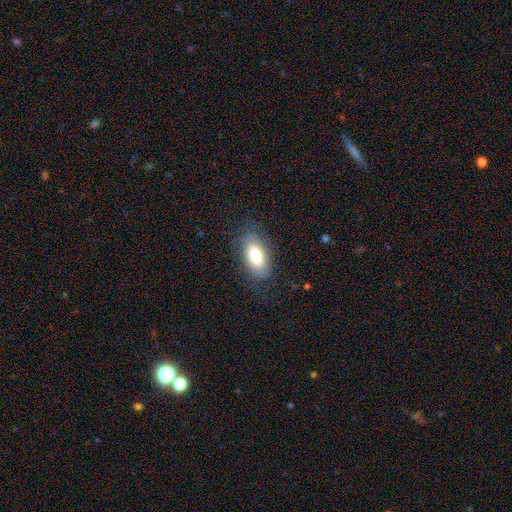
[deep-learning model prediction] This appears to be a smooth galaxy with no disk features (76%) that is in between round and cigar-shaped (90%). Merging: none (79%).